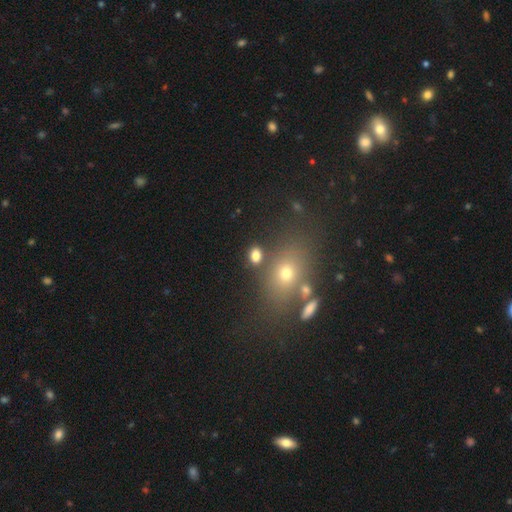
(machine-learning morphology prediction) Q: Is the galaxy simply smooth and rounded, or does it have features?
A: smooth — 78%.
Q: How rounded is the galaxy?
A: in between — 67%.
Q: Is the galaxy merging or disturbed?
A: none — 73%.